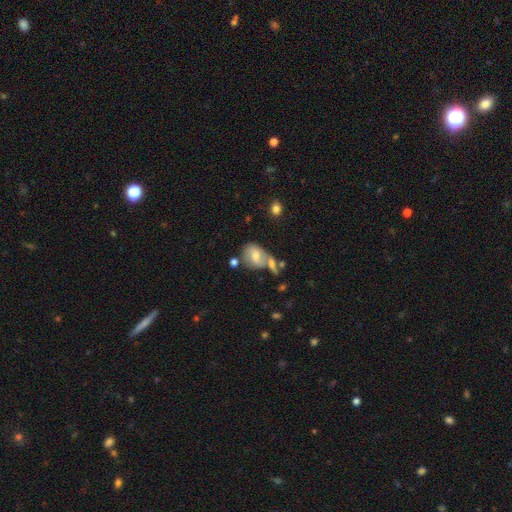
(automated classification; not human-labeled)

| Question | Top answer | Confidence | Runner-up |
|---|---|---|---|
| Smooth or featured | smooth | 47% | featured or disk (43%) |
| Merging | none | 39% | merger (30%) |